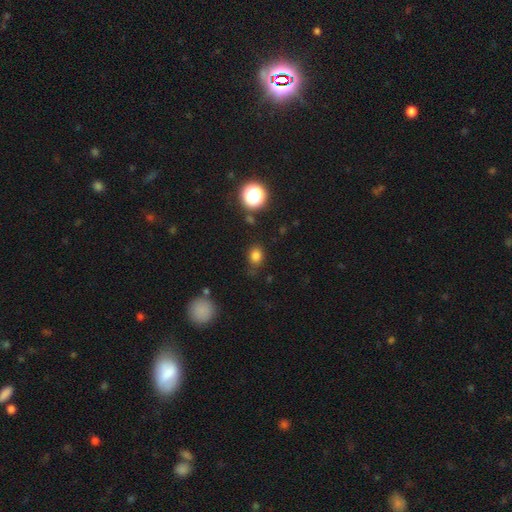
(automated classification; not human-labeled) A smooth galaxy with no disk features (78%) that is round (56%). Merging: none (76%).